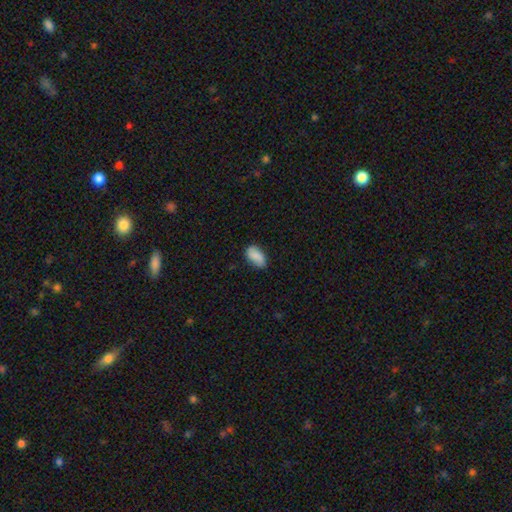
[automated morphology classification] A smooth galaxy with no disk features (82%) that is in between round and cigar-shaped (93%). Merging: none (75%).